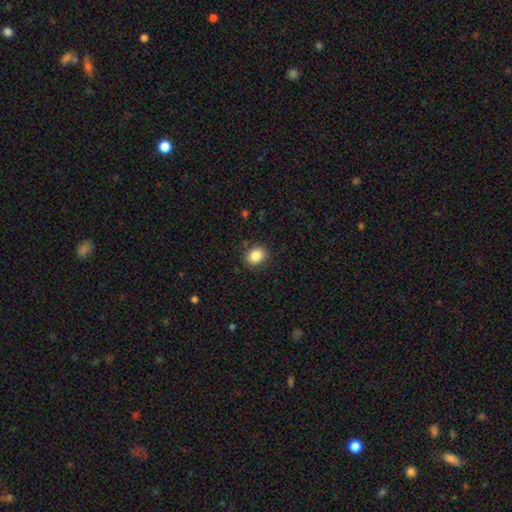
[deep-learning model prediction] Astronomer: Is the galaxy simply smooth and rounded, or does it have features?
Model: smooth — 85%.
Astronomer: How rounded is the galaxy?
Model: round — 64%.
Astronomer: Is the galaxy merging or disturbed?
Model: none — 88%.